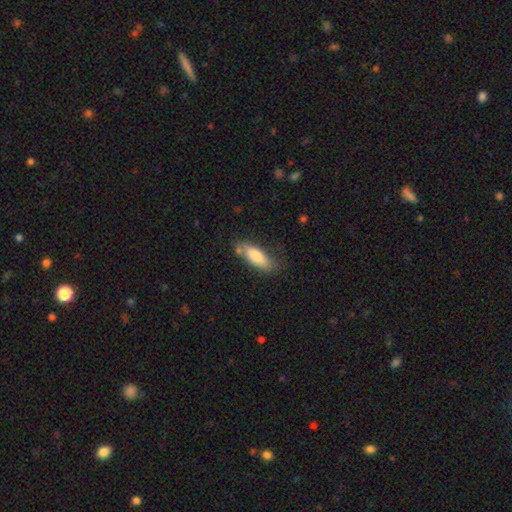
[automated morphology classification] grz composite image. It shows a smooth galaxy with no disk features (77%) that is in between round and cigar-shaped (66%). Merging: none (63%).